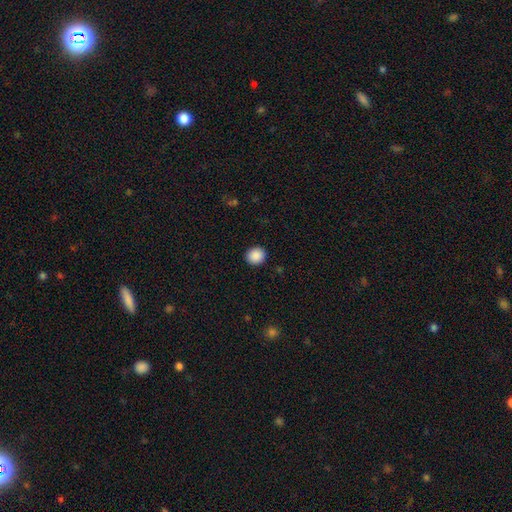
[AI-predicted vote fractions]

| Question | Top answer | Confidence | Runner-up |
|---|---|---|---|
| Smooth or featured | smooth | 89% | star or artifact (8%) |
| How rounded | round | 79% | in between (20%) |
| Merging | none | 92% | minor disturbance (6%) |